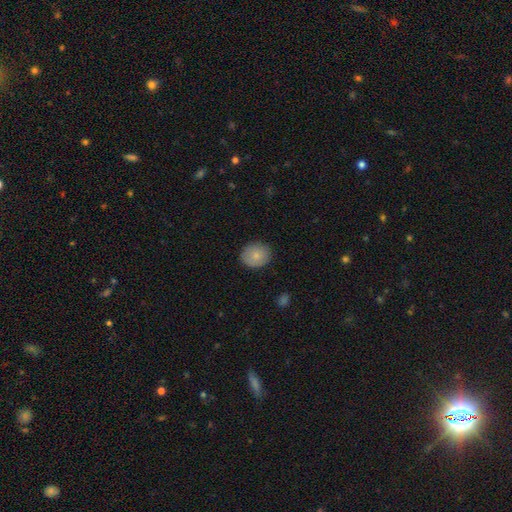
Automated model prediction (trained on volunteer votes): Morphology: type=smooth (82%); roundness=round (66%); merging=none (86%).